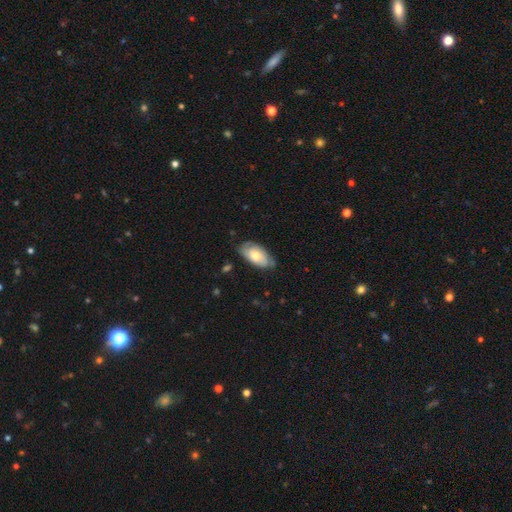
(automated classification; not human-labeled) smooth 66%, featured or disk 29%, star or artifact 6%. Down the decision tree: how rounded — in between (94%); merging — none (67%).